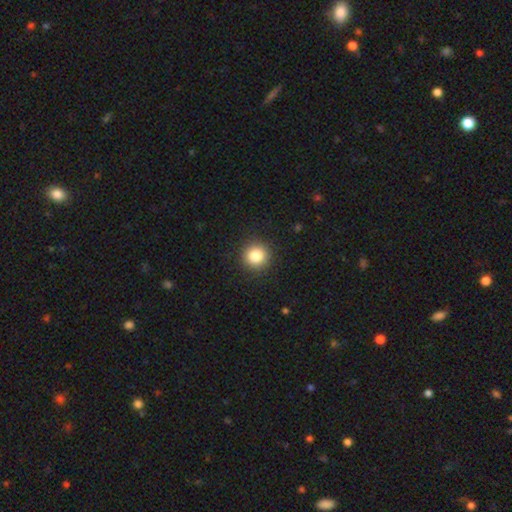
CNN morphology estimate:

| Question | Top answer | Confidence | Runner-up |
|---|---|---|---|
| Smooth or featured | smooth | 84% | star or artifact (11%) |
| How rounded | round | 95% | in between (5%) |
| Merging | none | 92% | minor disturbance (5%) |